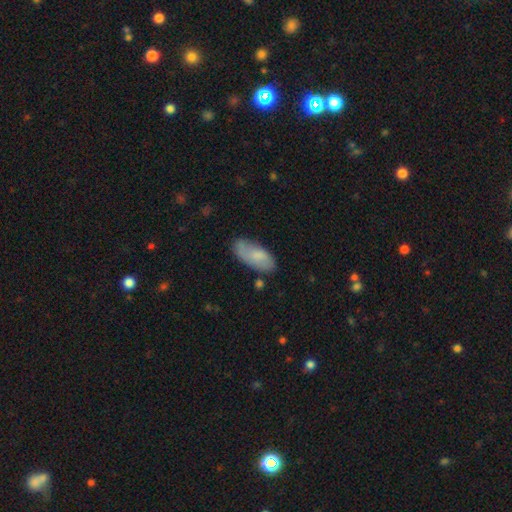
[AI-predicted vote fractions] smooth-or-featured: smooth: 73% | featured or disk: 21% | star or artifact: 7%
  how-rounded: in between: 89% | cigar-shaped: 9% | round: 2%
  merging: none: 64% | minor disturbance: 26% | major disturbance: 7% | merger: 4%